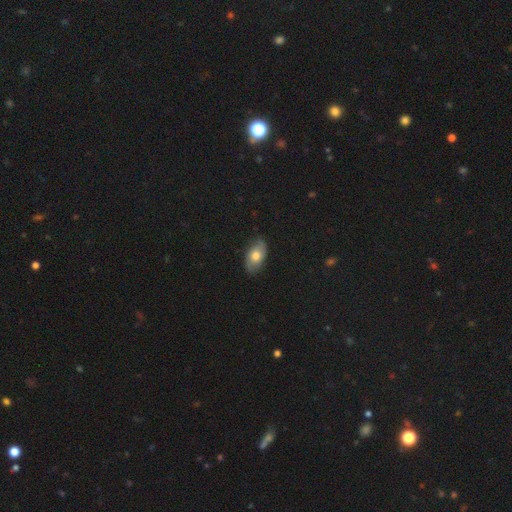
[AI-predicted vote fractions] smooth-or-featured: smooth: 59% | featured or disk: 34% | star or artifact: 7%
  how-rounded: in between: 91% | round: 7% | cigar-shaped: 2%
  merging: none: 81% | minor disturbance: 15% | major disturbance: 3% | merger: 1%